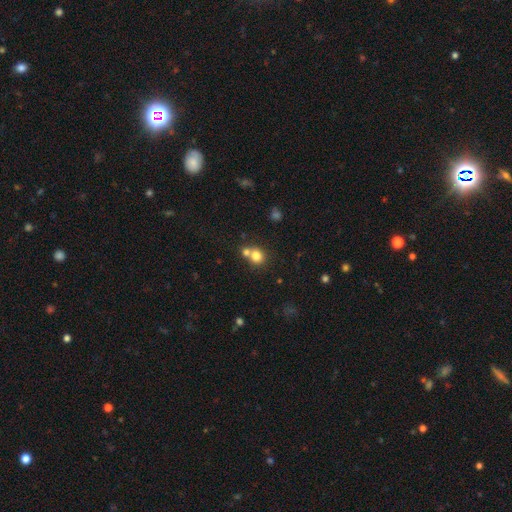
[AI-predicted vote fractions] Overall: smooth (79%). How rounded: round (80%). Merging: none (46%; merger 43%).